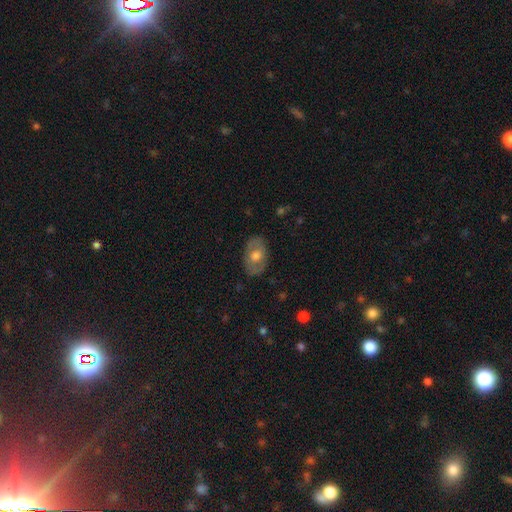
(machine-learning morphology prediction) Smooth or featured? Predicted: smooth (p=0.49). Merging? Predicted: none (p=0.81).